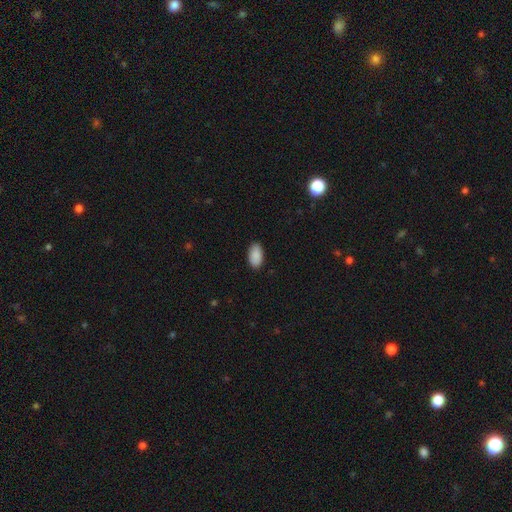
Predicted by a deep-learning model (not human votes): This is clearly a smooth galaxy (90%). How rounded: clearly in between (95%). Merging: clearly none (88%).